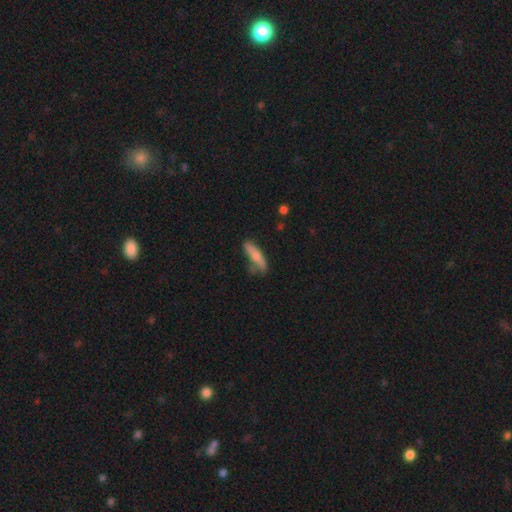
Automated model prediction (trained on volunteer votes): smooth_or_featured: smooth (p=0.66) [alt: featured or disk p=0.28]
how_rounded: cigar-shaped (p=0.69) [alt: in between p=0.29]
merging: none (p=0.54) [alt: minor disturbance p=0.29]